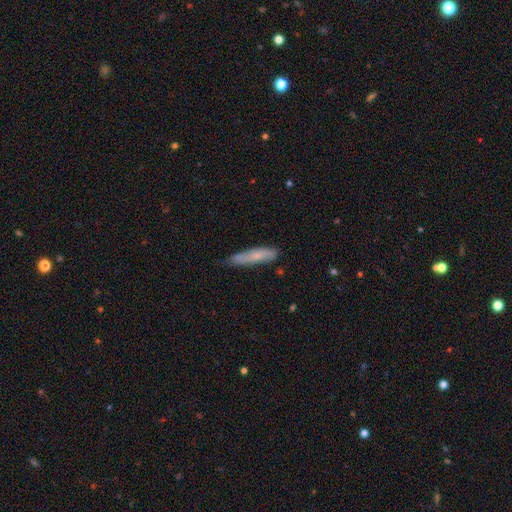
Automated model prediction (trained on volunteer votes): This appears to be a smooth galaxy with no disk features (60%) that is cigar-shaped (83%). Merging: none (69%).